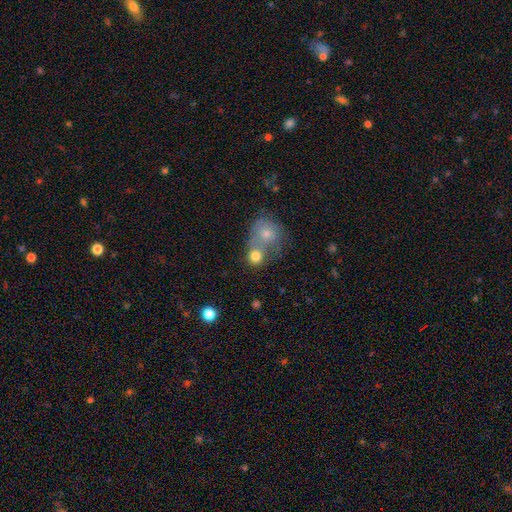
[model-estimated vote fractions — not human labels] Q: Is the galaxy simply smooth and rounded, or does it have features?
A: smooth — 76%.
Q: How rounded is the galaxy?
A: round — 78%.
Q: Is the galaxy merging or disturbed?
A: merger — 58%.